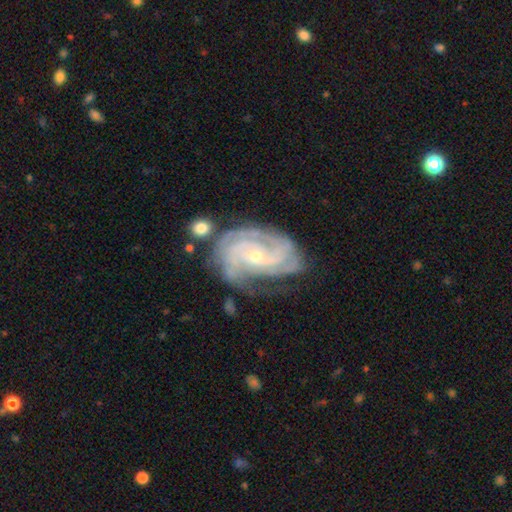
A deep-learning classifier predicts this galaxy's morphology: Smooth or featured? featured or disk (91%)
Edge-on disk? no (97%)
Bar? no (61%)
Spiral arms? yes (98%)
Spiral winding? tight (71%)
Spiral arm count? 3 (30%)
Bulge size? small (73%)
Merging? none (61%)